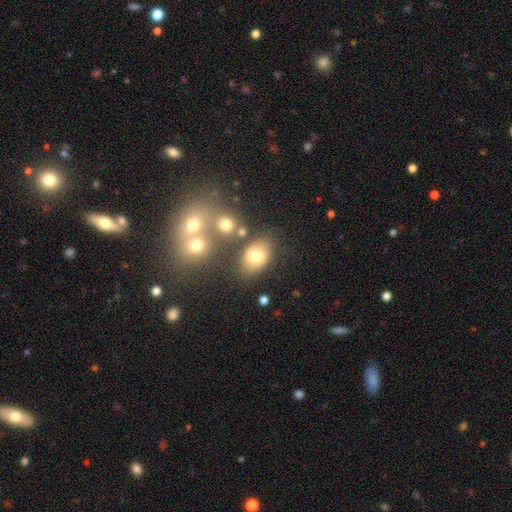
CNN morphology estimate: Overall: smooth (74%). How rounded: in between (76%). Merging: none (72%).